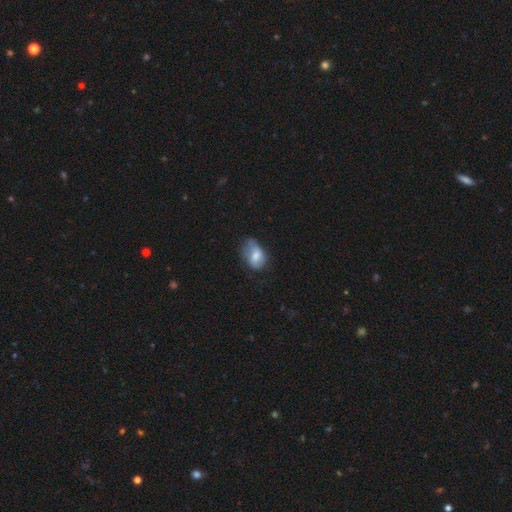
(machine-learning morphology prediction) The model was most divided on "merging": minor disturbance: 41%, none: 36%, major disturbance: 19%, merger: 4%. More confident: how rounded — in between (81%); smooth or featured — smooth (67%).